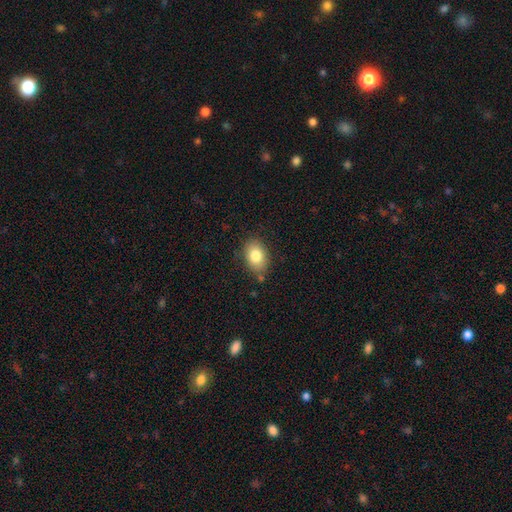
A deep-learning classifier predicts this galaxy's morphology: Q: Smooth or featured?
A: smooth (81%); runner-up: featured or disk (10%)
Q: How rounded?
A: in between (77%); runner-up: round (21%)
Q: Merging?
A: none (80%); runner-up: minor disturbance (14%)